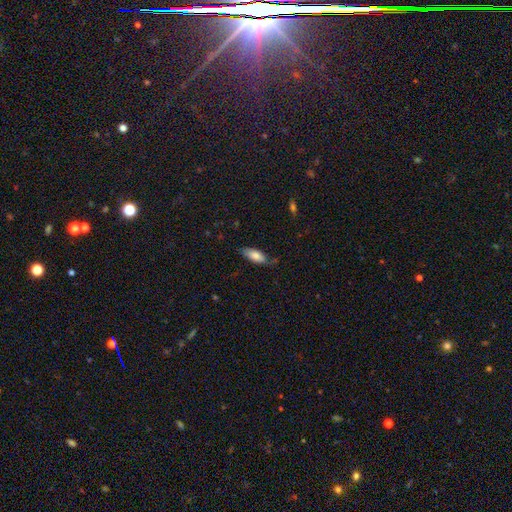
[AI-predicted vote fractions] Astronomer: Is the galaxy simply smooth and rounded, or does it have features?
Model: smooth — 74%.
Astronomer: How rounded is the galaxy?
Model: in between — 77%.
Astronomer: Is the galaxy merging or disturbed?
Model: none — 64%.